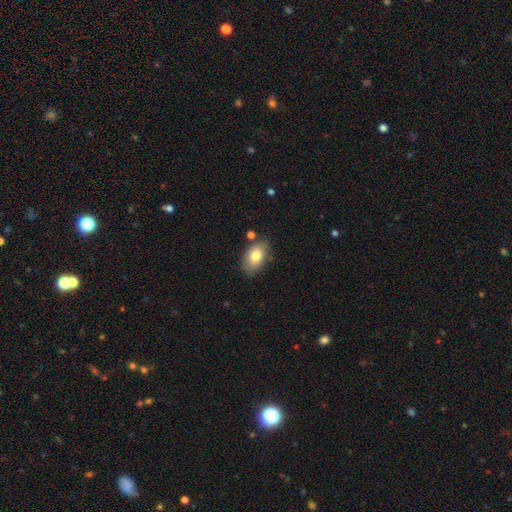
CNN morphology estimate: This appears to be a smooth galaxy with no disk features (78%) that is in between round and cigar-shaped (90%). Merging: none (77%).